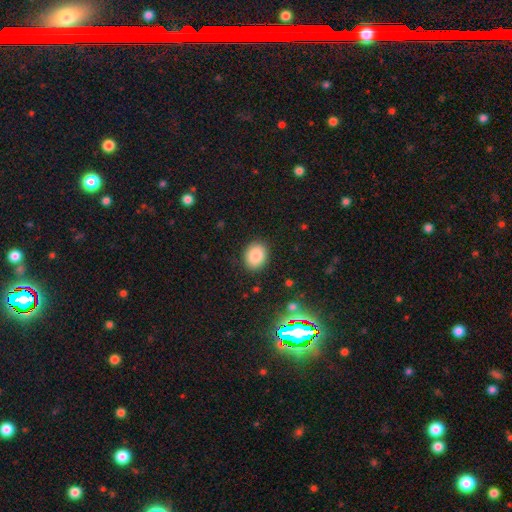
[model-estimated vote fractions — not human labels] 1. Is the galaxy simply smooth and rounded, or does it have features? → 86% smooth, 9% star or artifact, 5% featured or disk.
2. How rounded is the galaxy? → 55% in between, 44% round, 1% cigar-shaped.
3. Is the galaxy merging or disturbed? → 88% none, 8% minor disturbance, 2% major disturbance, 1% merger.